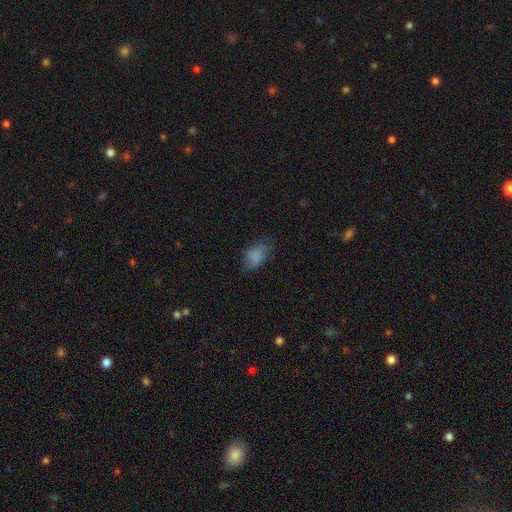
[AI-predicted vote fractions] smooth-or-featured: smooth: 81% | star or artifact: 10% | featured or disk: 9%
  how-rounded: in between: 88% | round: 10% | cigar-shaped: 2%
  merging: none: 64% | minor disturbance: 25% | major disturbance: 10% | merger: 1%